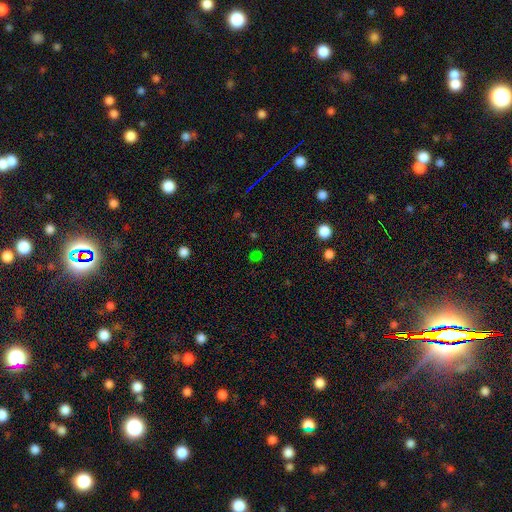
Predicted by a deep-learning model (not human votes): This is possibly a star or artifact rather than a galaxy (47%).